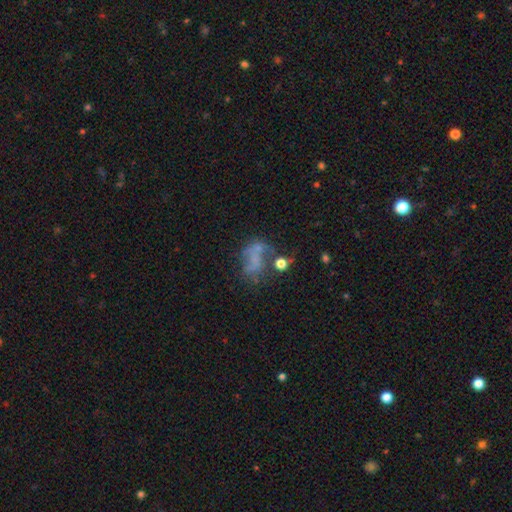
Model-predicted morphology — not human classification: The model was most divided on "merging": major disturbance: 33%, none: 30%, merger: 19%, minor disturbance: 18%. Remaining: smooth or featured — featured or disk (46%).